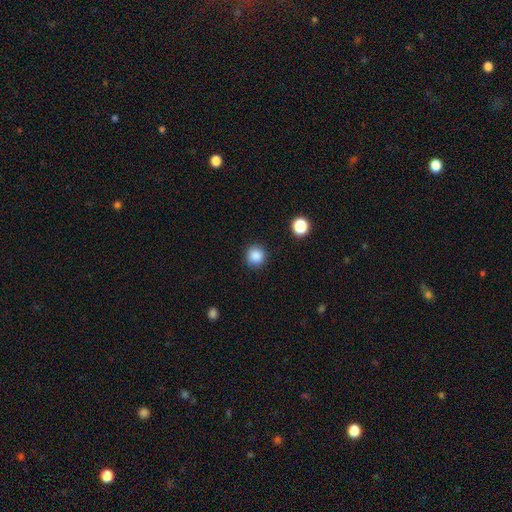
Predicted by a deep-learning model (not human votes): A smooth galaxy with no disk features (86%) that is round (93%). Merging: none (90%).